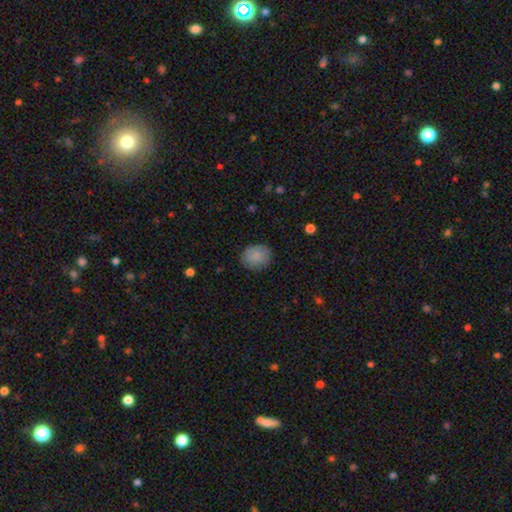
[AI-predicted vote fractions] smooth 87%, star or artifact 8%, featured or disk 6%. Down the decision tree: how rounded — round (67%); merging — none (84%).